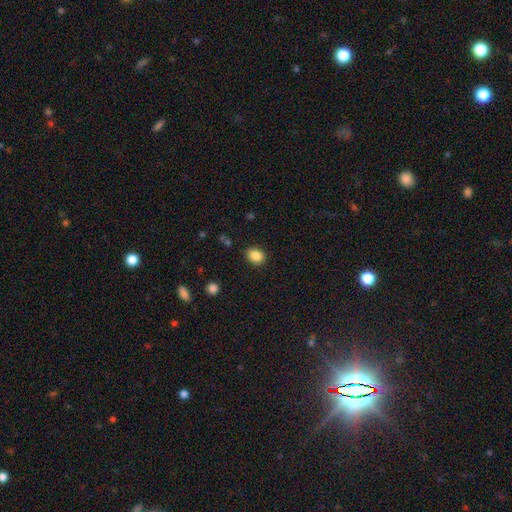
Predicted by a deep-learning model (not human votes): A smooth galaxy with no disk features (86%) that is in between round and cigar-shaped (53%).

Vote fractions:
- Smooth or featured? smooth: 86% / star or artifact: 9% / featured or disk: 4%
- How rounded? in between: 53% / round: 46% / cigar-shaped: 1%
- Merging? none: 88% / minor disturbance: 8% / major disturbance: 2% / merger: 1%